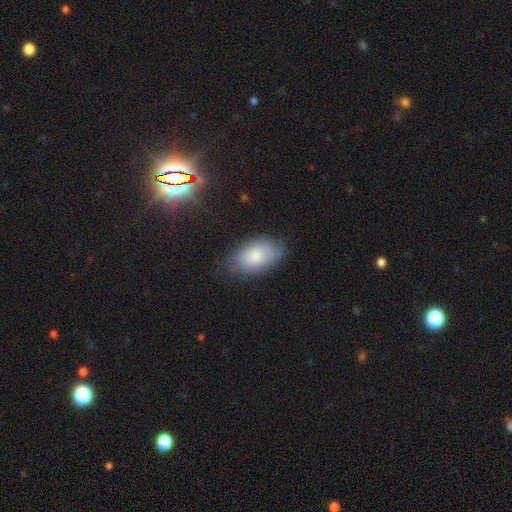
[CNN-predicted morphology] This is likely a smooth galaxy (75%). How rounded: clearly in between (93%). Merging: likely none (68%).